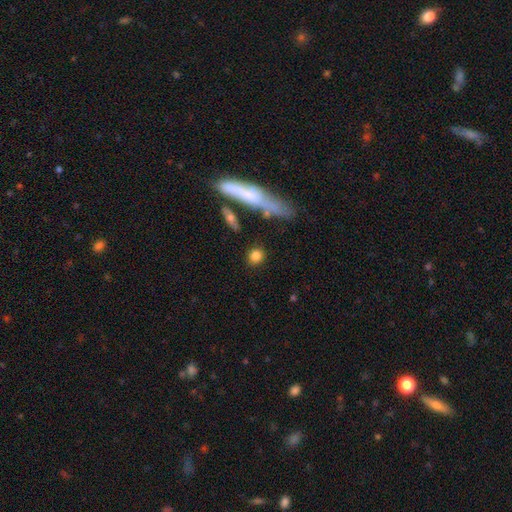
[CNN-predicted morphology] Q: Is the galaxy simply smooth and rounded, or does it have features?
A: smooth — 82%.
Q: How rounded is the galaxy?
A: round — 79%.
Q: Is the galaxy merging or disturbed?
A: none — 84%.